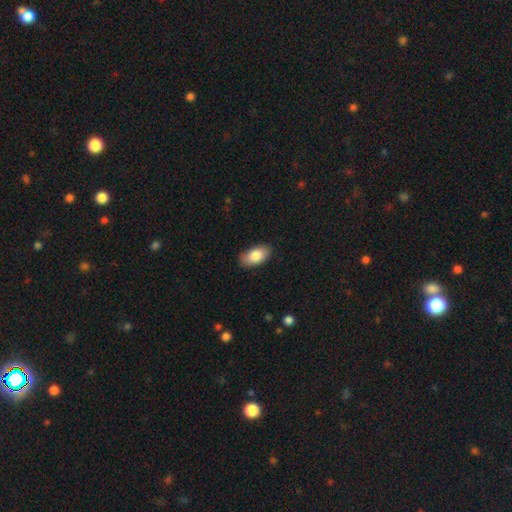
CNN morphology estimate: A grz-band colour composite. It shows a smooth galaxy with no disk features (85%) that is in between round and cigar-shaped (94%). Merging: none (85%).